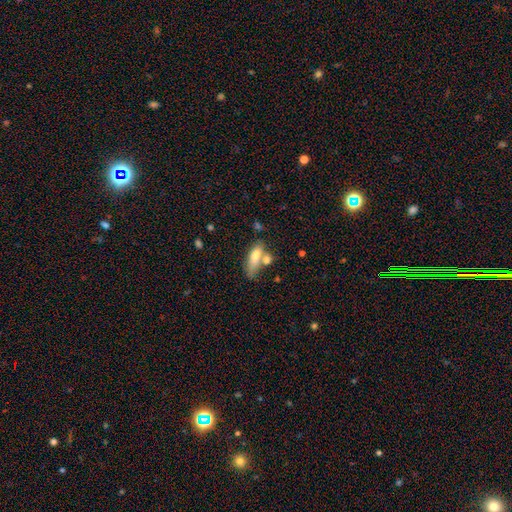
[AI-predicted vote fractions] This appears to be a smooth galaxy with no disk features (72%) that is in between round and cigar-shaped (60%). Merging: none (43%).